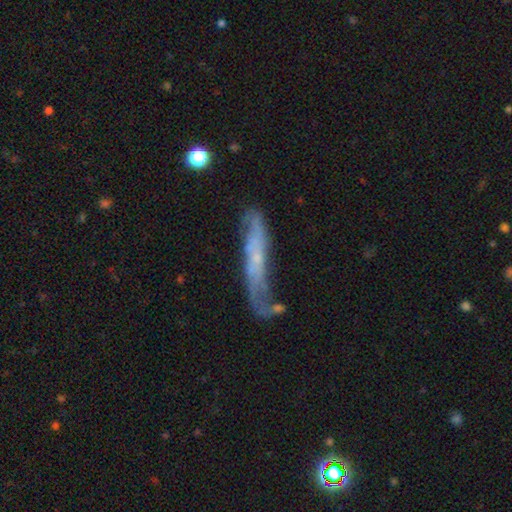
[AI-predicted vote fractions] This appears to be a featured or disk galaxy (64%). Merging: none (45%).